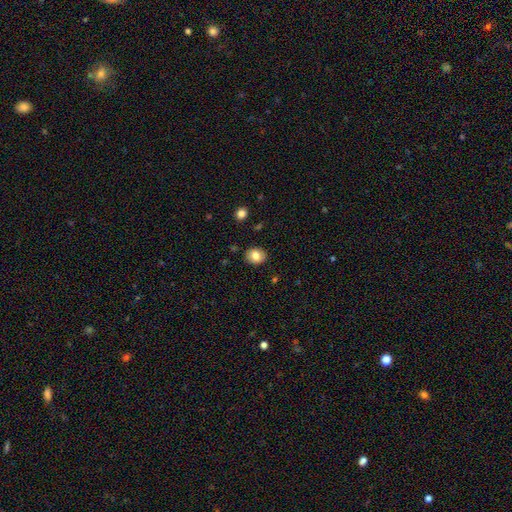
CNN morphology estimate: smooth-or-featured: smooth: 80% | featured or disk: 12% | star or artifact: 9%
  how-rounded: round: 57% | in between: 43% | cigar-shaped: 1%
  merging: none: 88% | minor disturbance: 9% | major disturbance: 2% | merger: 1%